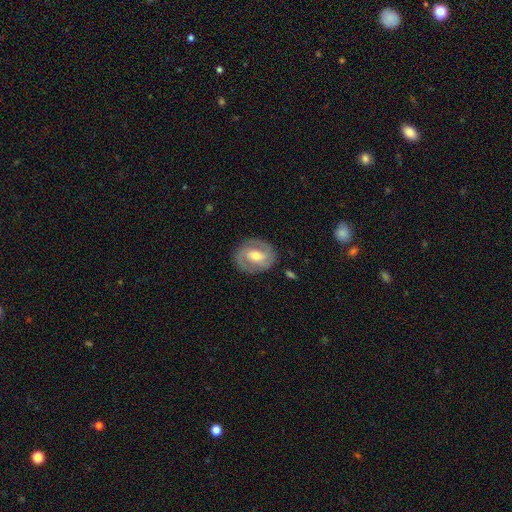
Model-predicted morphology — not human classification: Overall: featured or disk (70%). Edge-on disk: no (96%). Bar: weak (44%; strong 31%). Spiral arms: yes (78%). Spiral arm count: 2 (83%). Spiral winding: medium (43%, tied with tight). Bulge size: moderate (70%). Merging: none (83%).